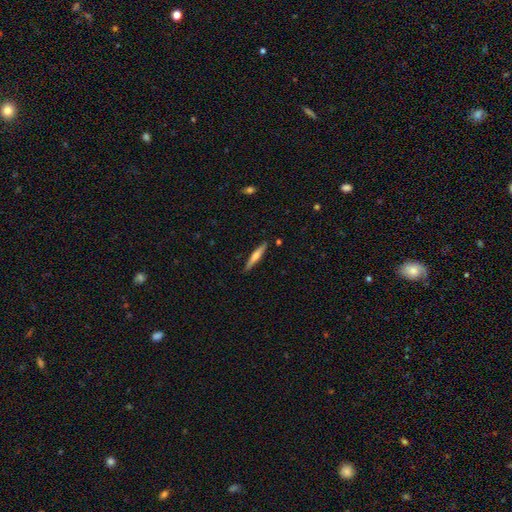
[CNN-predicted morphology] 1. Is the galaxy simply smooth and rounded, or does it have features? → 50% featured or disk, 44% smooth, 6% star or artifact.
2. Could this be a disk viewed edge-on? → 97% yes, 3% no.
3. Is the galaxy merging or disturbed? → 90% none, 7% minor disturbance, 1% major disturbance, 1% merger.